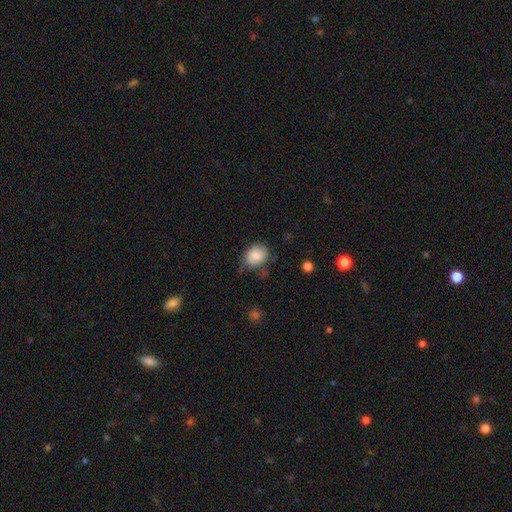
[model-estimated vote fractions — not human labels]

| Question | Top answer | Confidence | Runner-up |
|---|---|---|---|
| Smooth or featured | smooth | 83% | featured or disk (9%) |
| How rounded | in between | 51% | round (48%) |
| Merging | none | 64% | minor disturbance (27%) |